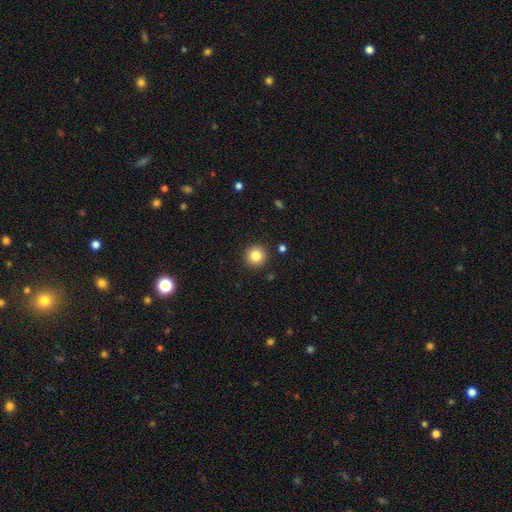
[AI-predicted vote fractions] Q: Smooth or featured?
A: smooth (84%); runner-up: star or artifact (10%)
Q: How rounded?
A: round (95%); runner-up: in between (4%)
Q: Merging?
A: none (91%); runner-up: minor disturbance (5%)